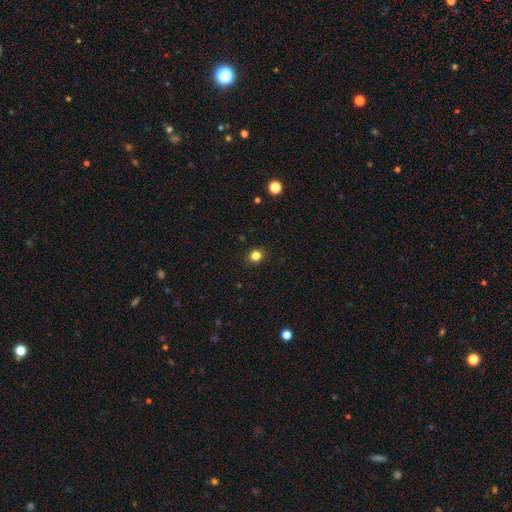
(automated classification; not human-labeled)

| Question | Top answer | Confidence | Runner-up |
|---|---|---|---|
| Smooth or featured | smooth | 83% | star or artifact (13%) |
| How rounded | round | 78% | in between (21%) |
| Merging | none | 90% | minor disturbance (7%) |